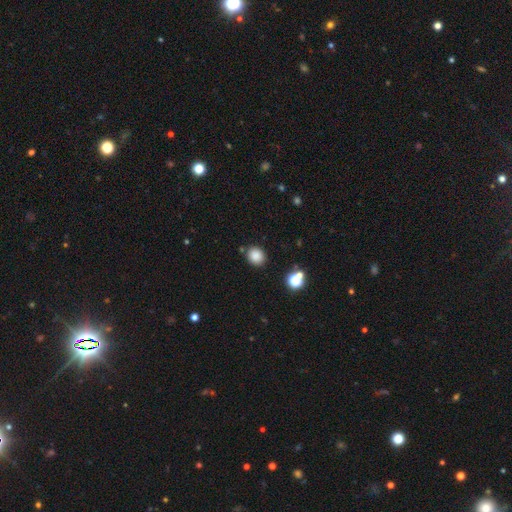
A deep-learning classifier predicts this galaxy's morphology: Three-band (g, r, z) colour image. It shows a smooth galaxy with no disk features (84%) that is round (73%). Merging: none (82%).